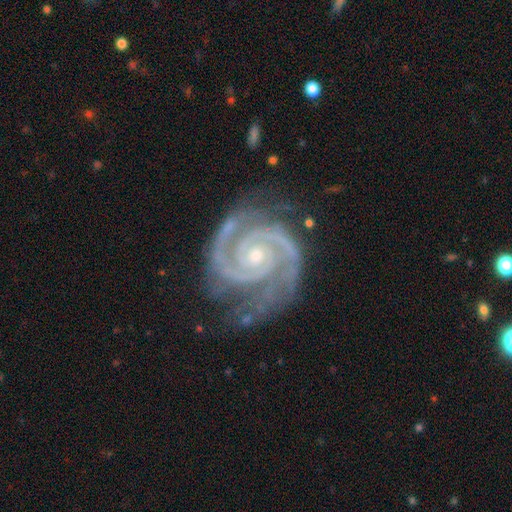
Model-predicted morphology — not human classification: Smooth or featured: featured or disk — 95% (star or artifact — 4%)
Edge-on disk: no — 98% (yes — 2%)
Bar: no — 69% (weak — 21%)
Spiral arms: yes — 99% (no — 1%)
Spiral winding: tight — 74% (medium — 24%)
Spiral arm count: 2 — 86% (3 — 8%)
Bulge size: small — 65% (moderate — 32%)
Merging: none — 73% (minor disturbance — 19%)